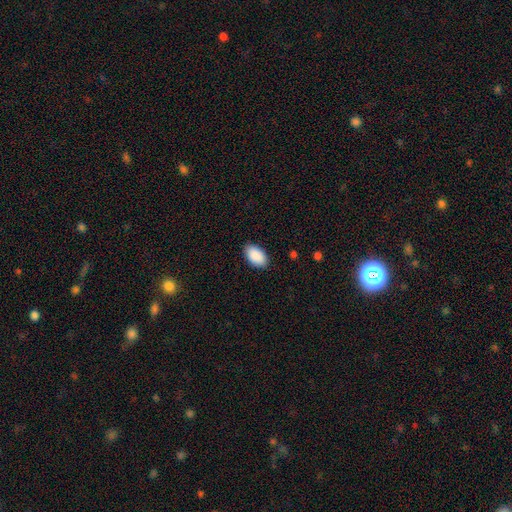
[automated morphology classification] A smooth galaxy with no disk features (91%) that is in between round and cigar-shaped (95%). Merging: none (87%).